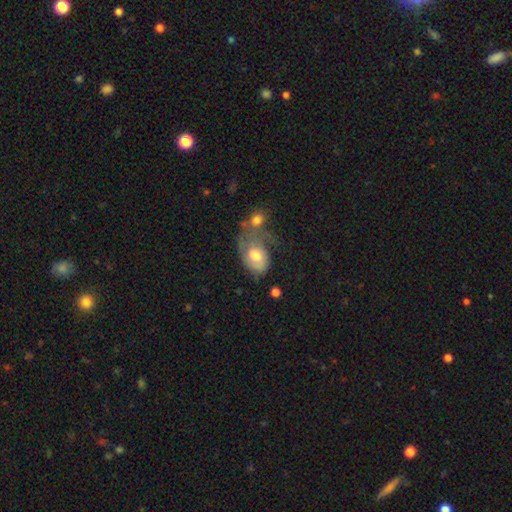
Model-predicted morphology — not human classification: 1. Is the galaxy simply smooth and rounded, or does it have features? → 57% smooth, 36% featured or disk, 7% star or artifact.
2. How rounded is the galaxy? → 80% in between, 19% round, 1% cigar-shaped.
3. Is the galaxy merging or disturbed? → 32% merger, 28% major disturbance, 20% none, 19% minor disturbance.